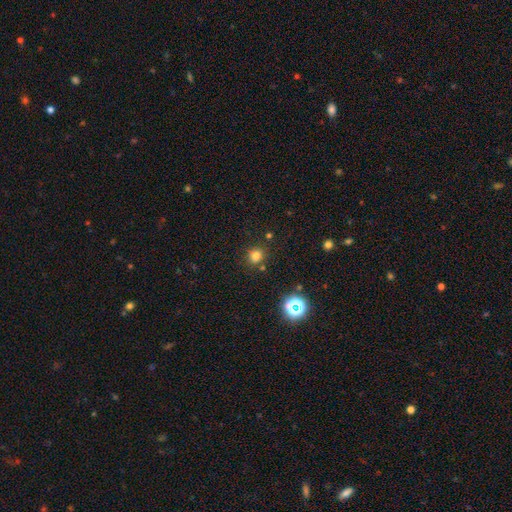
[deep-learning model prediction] Smooth or featured? Predicted: smooth (p=0.72). How rounded? Predicted: round (p=0.81). Merging? Predicted: none (p=0.78).